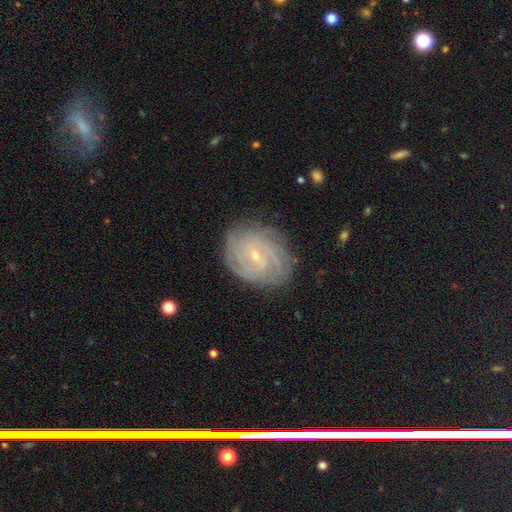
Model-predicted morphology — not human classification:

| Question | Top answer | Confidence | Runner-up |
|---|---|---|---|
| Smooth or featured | featured or disk | 81% | smooth (11%) |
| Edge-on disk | no | 97% | yes (3%) |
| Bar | no | 61% | weak (32%) |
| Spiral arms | yes | 95% | no (5%) |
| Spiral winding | tight | 77% | medium (18%) |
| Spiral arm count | can't tell | 36% | 4 (17%) |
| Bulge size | small | 81% | moderate (16%) |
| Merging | none | 81% | minor disturbance (14%) |